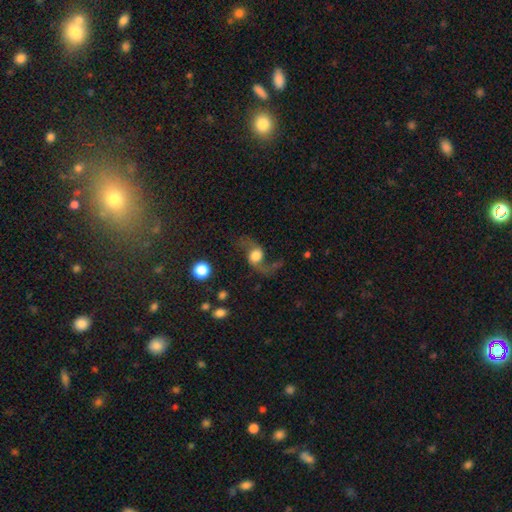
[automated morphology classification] This appears to be a featured or disk galaxy (69%) with no bar (61%), 2 (92%) loose (89%) spiral arms (91%) and a large central bulge (46%). Merging: none (60%).